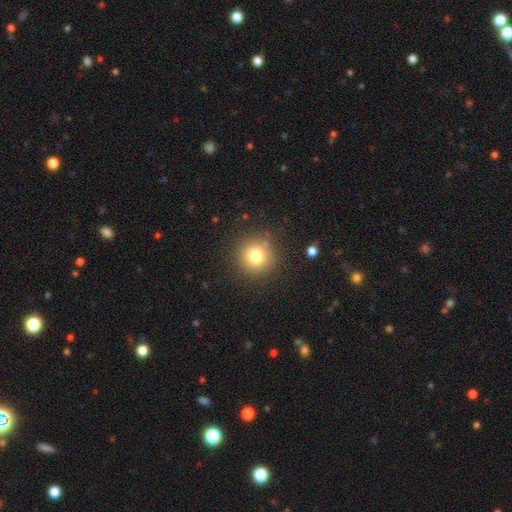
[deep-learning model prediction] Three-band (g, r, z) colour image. It shows a smooth galaxy with no disk features (77%) that is round (94%). Merging: none (86%).